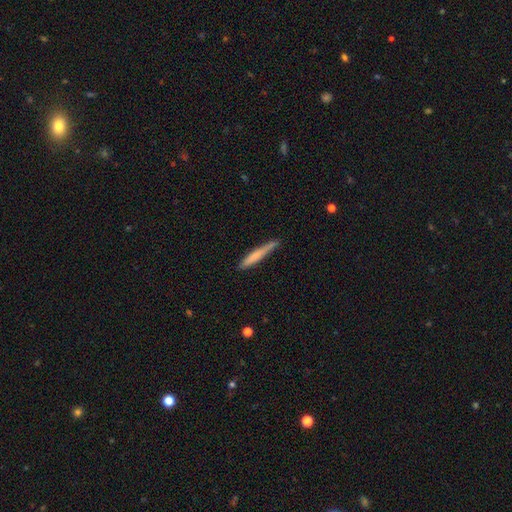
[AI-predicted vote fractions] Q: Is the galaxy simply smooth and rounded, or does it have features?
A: smooth — 67%.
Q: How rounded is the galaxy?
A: cigar-shaped — 95%.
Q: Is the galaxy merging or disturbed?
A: none — 76%.